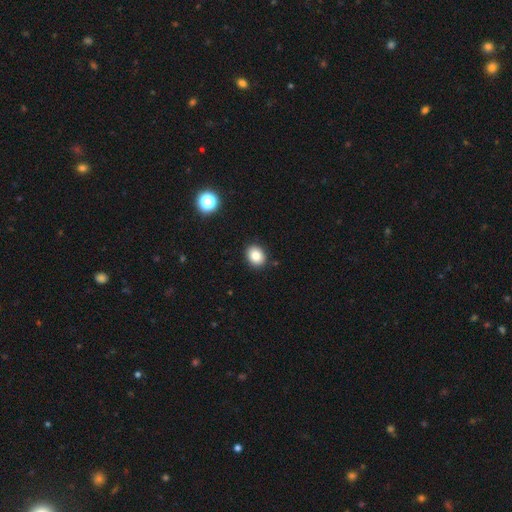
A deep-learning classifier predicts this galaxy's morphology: smooth-or-featured: smooth: 84% | star or artifact: 10% | featured or disk: 6%
  how-rounded: round: 52% | in between: 48% | cigar-shaped: 1%
  merging: none: 89% | minor disturbance: 8% | major disturbance: 2% | merger: 1%